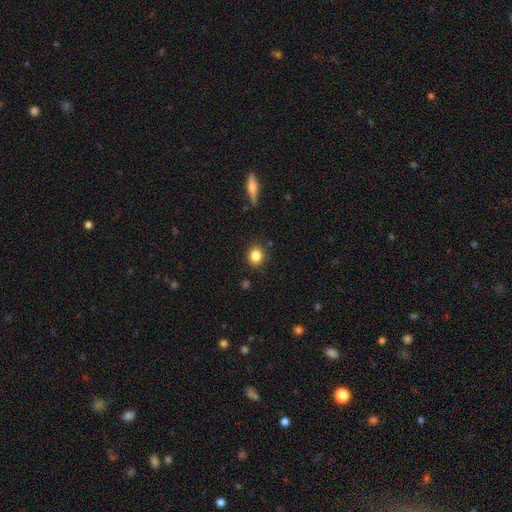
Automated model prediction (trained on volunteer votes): A smooth galaxy with no disk features (84%) that is round (74%). Merging: none (86%).